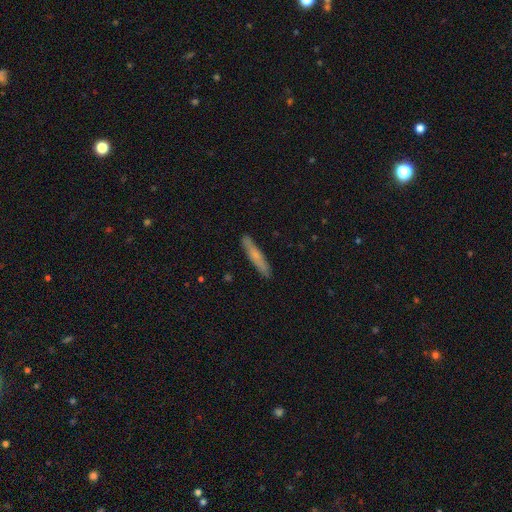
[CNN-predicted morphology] Q: Smooth or featured?
A: smooth (65%); runner-up: featured or disk (29%)
Q: How rounded?
A: cigar-shaped (93%); runner-up: in between (5%)
Q: Merging?
A: none (89%); runner-up: minor disturbance (9%)